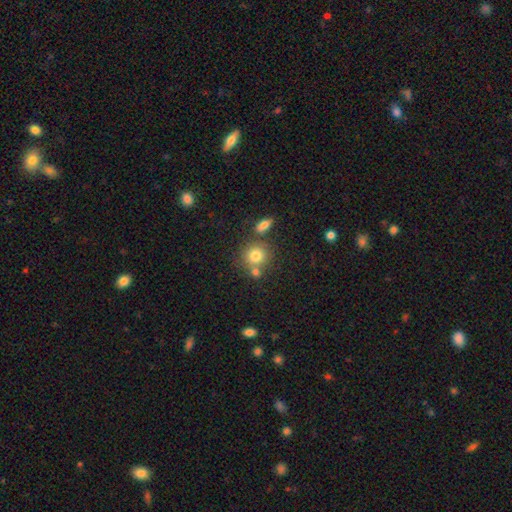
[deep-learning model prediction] Smooth or featured?
  - smooth: 78% *
  - star or artifact: 11%
  - featured or disk: 11%
How rounded?
  - round: 85% *
  - in between: 14%
  - cigar-shaped: 1%
Merging?
  - none: 60% *
  - merger: 25%
  - minor disturbance: 11%
  - major disturbance: 4%